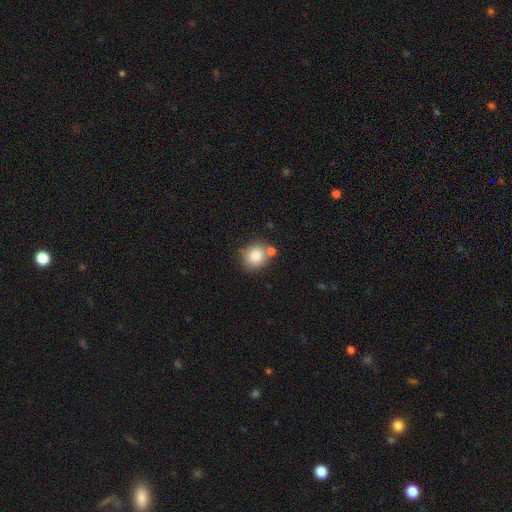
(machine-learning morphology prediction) The model was most divided on "merging": none: 63%, merger: 20%, minor disturbance: 13%, major disturbance: 4%. More confident: smooth or featured — smooth (81%); how rounded — round (80%).